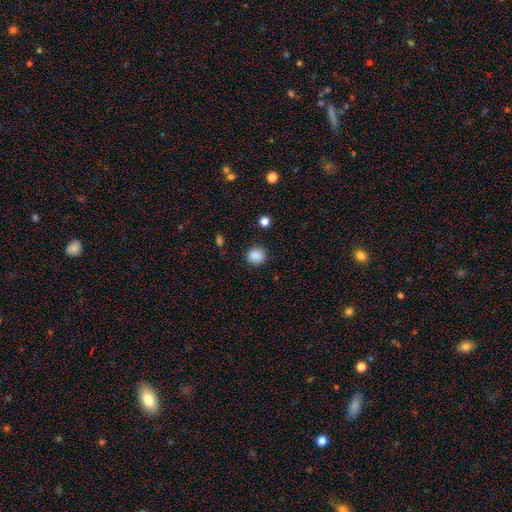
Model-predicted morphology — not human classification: This appears to be a smooth galaxy with no disk features (87%) that is round (79%). Merging: none (88%).